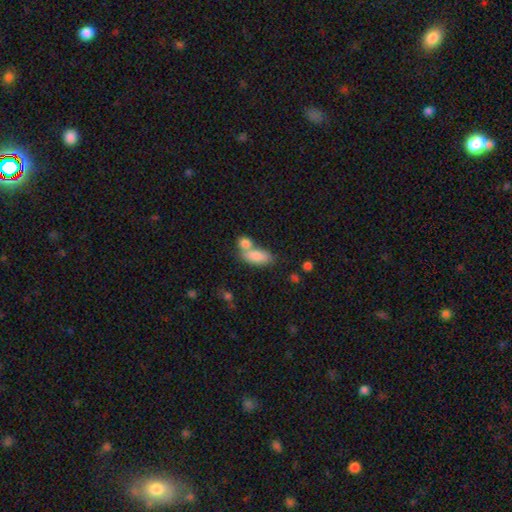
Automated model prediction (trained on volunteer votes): Smooth or featured? smooth (83%)
How rounded? in between (84%)
Merging? merger (47%)